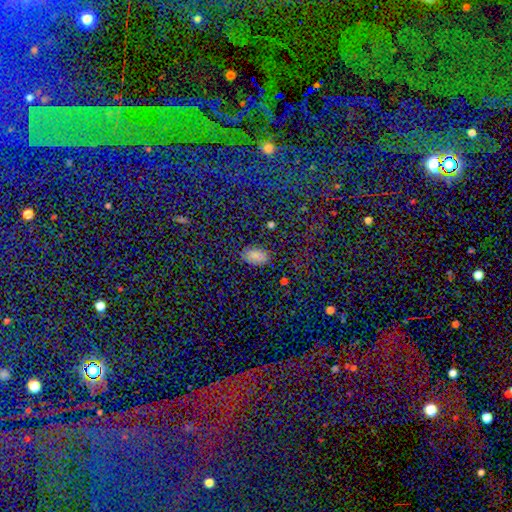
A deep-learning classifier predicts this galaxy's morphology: This appears to be a smooth galaxy with no disk features (68%) that is in between round and cigar-shaped (90%). Merging: none (82%).